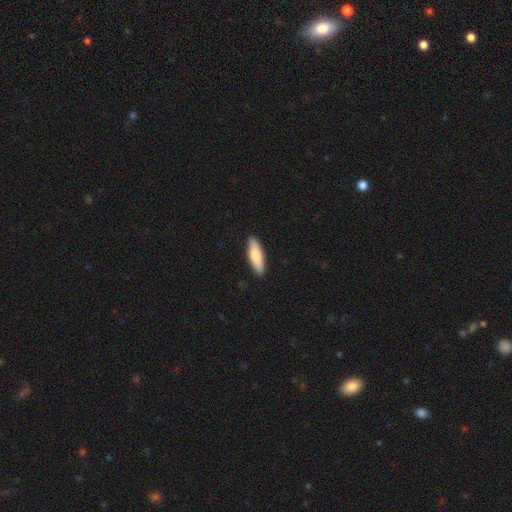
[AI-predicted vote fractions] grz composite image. It shows a smooth galaxy with no disk features (77%) that is cigar-shaped (52%). Merging: none (90%).